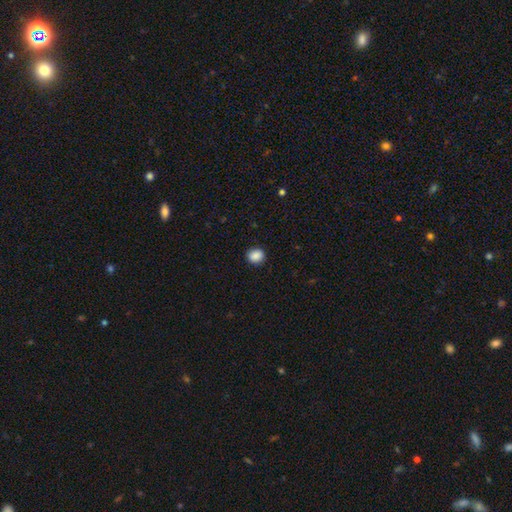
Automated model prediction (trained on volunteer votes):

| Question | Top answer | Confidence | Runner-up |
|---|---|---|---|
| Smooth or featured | smooth | 88% | star or artifact (9%) |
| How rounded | round | 74% | in between (25%) |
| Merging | none | 90% | minor disturbance (7%) |